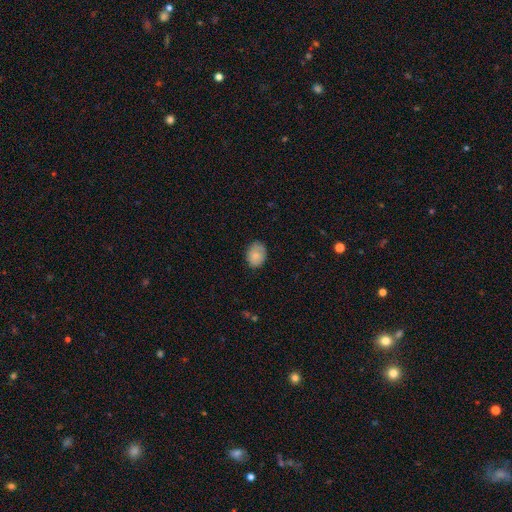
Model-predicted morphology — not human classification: Overall: smooth (83%). How rounded: in between (70%). Merging: none (77%).